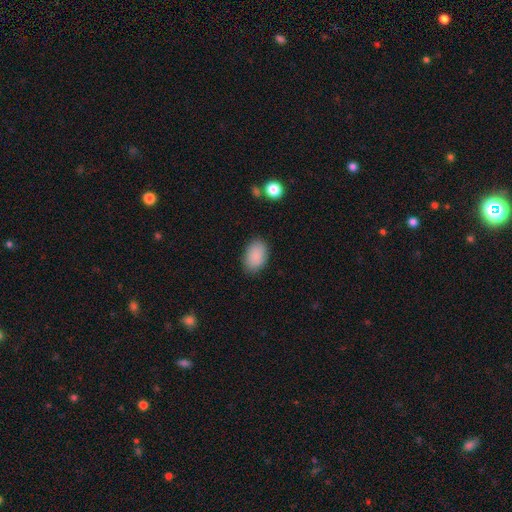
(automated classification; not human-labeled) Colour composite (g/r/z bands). It shows a smooth galaxy with no disk features (89%) that is in between round and cigar-shaped (88%). Merging: none (85%).